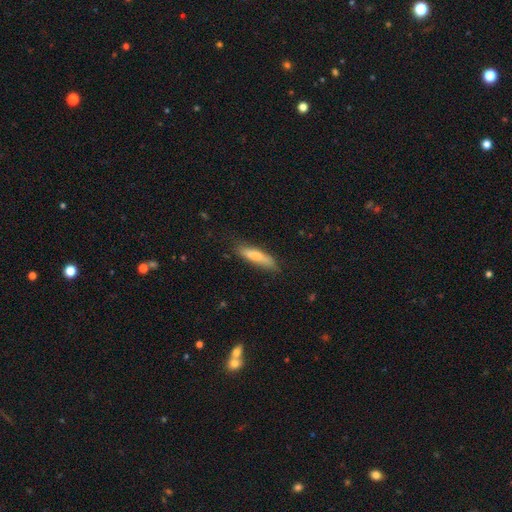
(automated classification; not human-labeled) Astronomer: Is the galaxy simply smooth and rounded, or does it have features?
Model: smooth — 77%.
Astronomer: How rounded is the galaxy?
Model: cigar-shaped — 73%.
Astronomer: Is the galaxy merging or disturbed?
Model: none — 76%.